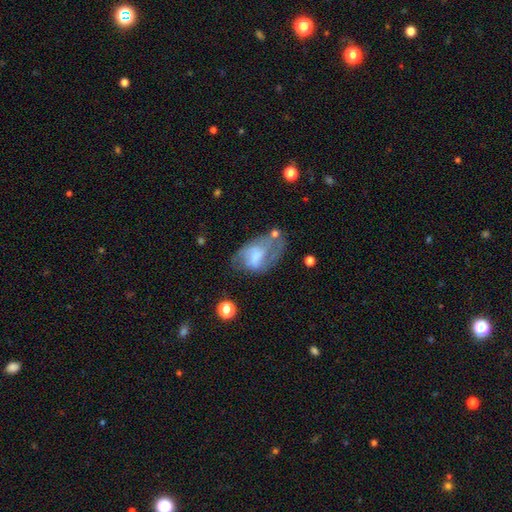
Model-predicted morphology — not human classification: Smooth or featured?
  - featured or disk: 54% *
  - smooth: 38%
  - star or artifact: 8%
Edge-on disk?
  - no: 95% *
  - yes: 5%
Bar?
  - no: 45% *
  - weak: 42%
  - strong: 13%
Spiral arms?
  - yes: 61% *
  - no: 39%
Bulge size?
  - moderate: 32% *
  - none: 27%
  - small: 25%
  - large: 14%
  - dominant: 2%
Merging?
  - none: 37% *
  - major disturbance: 30%
  - minor disturbance: 27%
  - merger: 7%